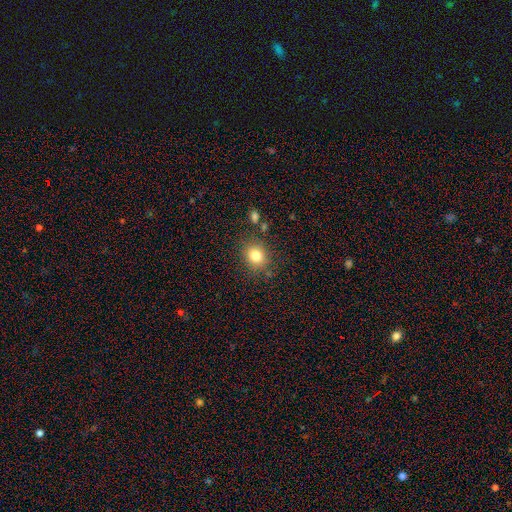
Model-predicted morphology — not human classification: Smooth or featured?
  - smooth: 80% *
  - star or artifact: 12%
  - featured or disk: 8%
How rounded?
  - round: 69% *
  - in between: 30%
  - cigar-shaped: 1%
Merging?
  - none: 79% *
  - minor disturbance: 12%
  - merger: 4%
  - major disturbance: 4%